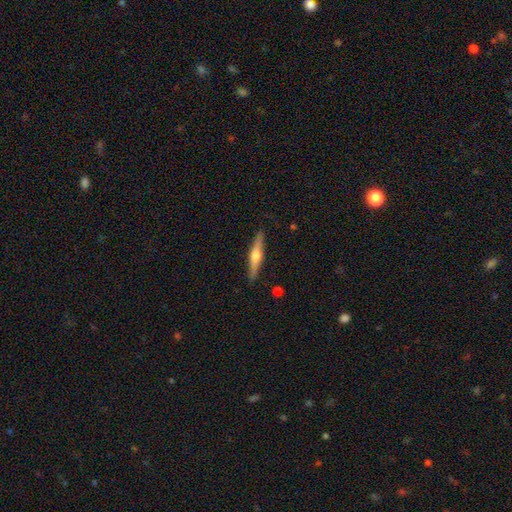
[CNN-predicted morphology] type=featured or disk (63%); edge-on=yes (97%); edge-on bulge=rounded (91%); merging=none (89%).